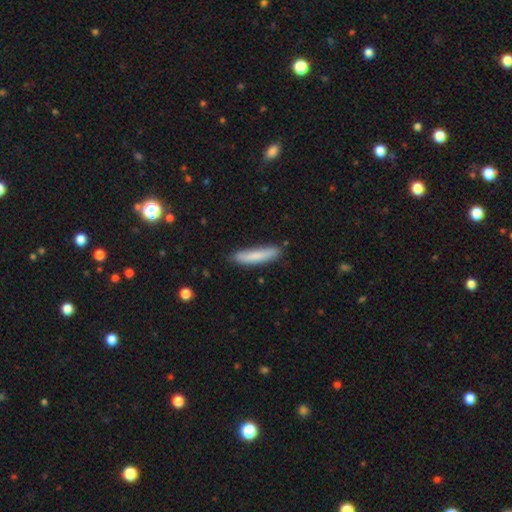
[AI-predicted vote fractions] Smooth or featured?
  - smooth: 80% *
  - featured or disk: 15%
  - star or artifact: 6%
How rounded?
  - cigar-shaped: 86% *
  - in between: 13%
  - round: 1%
Merging?
  - none: 79% *
  - minor disturbance: 17%
  - major disturbance: 3%
  - merger: 2%